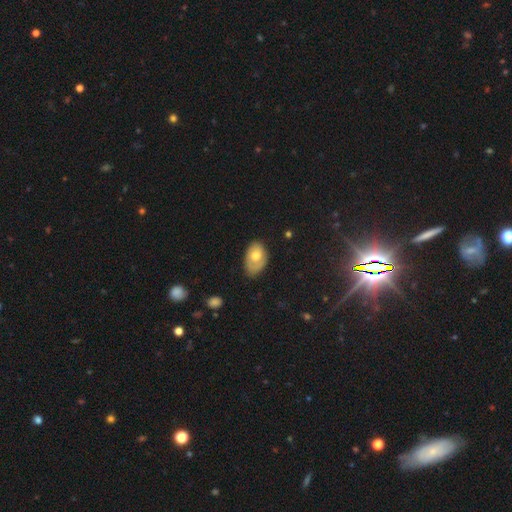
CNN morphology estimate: smooth 63%, featured or disk 29%, star or artifact 7%. Down the decision tree: how rounded — in between (87%); merging — none (58%).